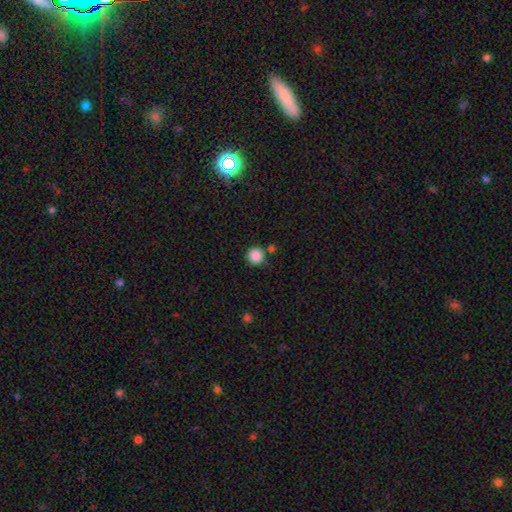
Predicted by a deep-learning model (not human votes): smooth 87%, star or artifact 10%, featured or disk 3%. Down the decision tree: how rounded — round (95%); merging — none (80%).